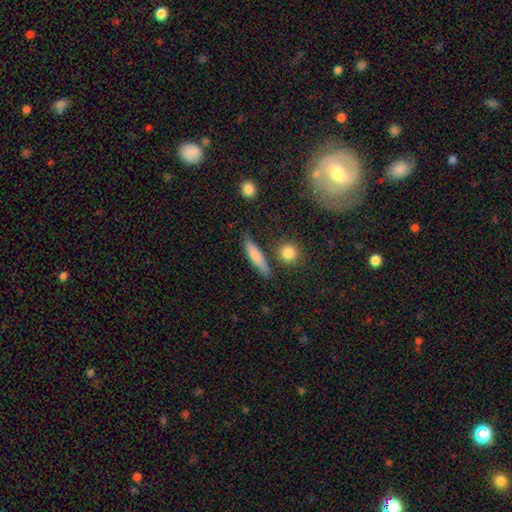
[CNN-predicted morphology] smooth 76%, featured or disk 17%, star or artifact 7%. Down the decision tree: how rounded — cigar-shaped (77%); merging — none (80%).